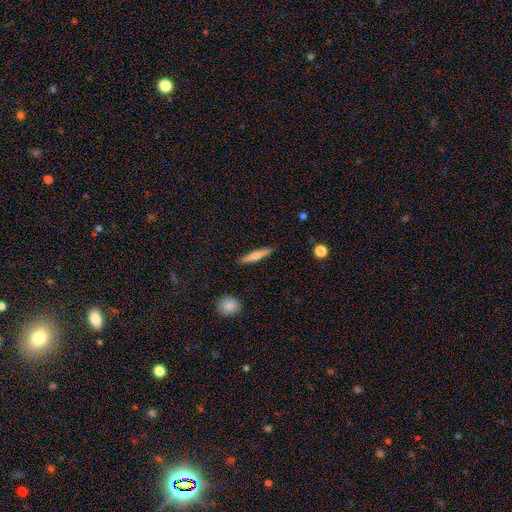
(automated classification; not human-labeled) smooth-or-featured: smooth: 63% | featured or disk: 31% | star or artifact: 6%
  how-rounded: cigar-shaped: 89% | in between: 9% | round: 2%
  merging: none: 90% | minor disturbance: 7% | major disturbance: 2% | merger: 1%